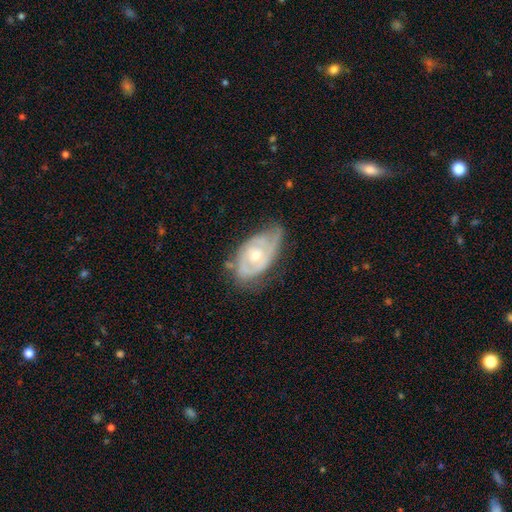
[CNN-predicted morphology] smooth-or-featured: featured or disk: 75% | smooth: 19% | star or artifact: 6%
  disk-edge-on: no: 94% | yes: 6%
    bar: no: 76% | weak: 20% | strong: 4%
    has-spiral-arms: yes: 78% | no: 22%
      spiral-winding: tight: 60% | medium: 29% | loose: 11%
      spiral-arm-count: can't tell: 39% | 2: 35% | 1: 12% | 3: 9% | 4: 3% | more than 4: 2%
    bulge-size: moderate: 58% | small: 37% | large: 2% | none: 1% | dominant: 1%
  merging: none: 49% | minor disturbance: 34% | major disturbance: 14% | merger: 3%